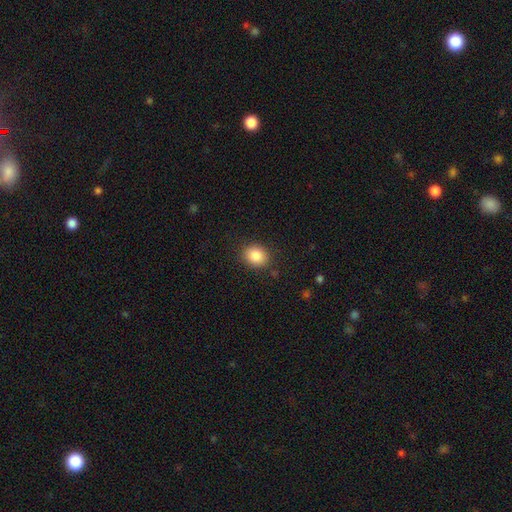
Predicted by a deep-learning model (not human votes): smooth-or-featured: smooth: 86% | star or artifact: 9% | featured or disk: 5%
  how-rounded: round: 59% | in between: 41% | cigar-shaped: 1%
  merging: none: 87% | minor disturbance: 9% | major disturbance: 3% | merger: 1%